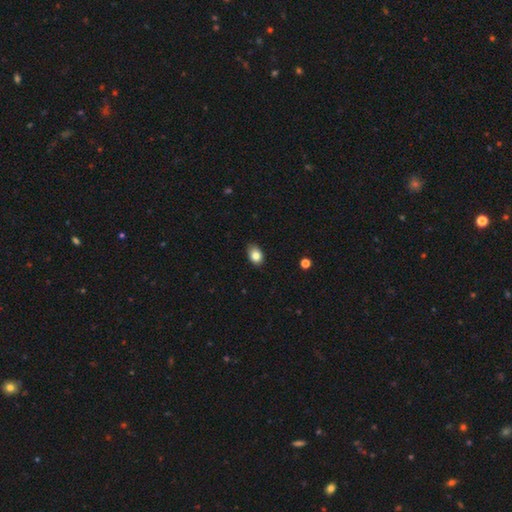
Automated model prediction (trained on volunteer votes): smooth-or-featured: smooth: 83% | star or artifact: 9% | featured or disk: 7%
  how-rounded: in between: 77% | round: 22% | cigar-shaped: 1%
  merging: none: 82% | minor disturbance: 14% | major disturbance: 2% | merger: 1%